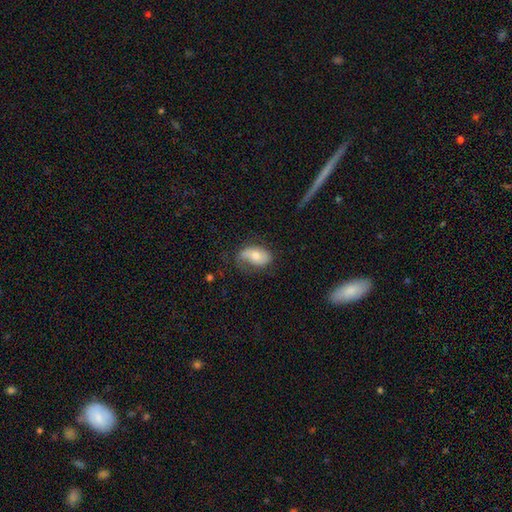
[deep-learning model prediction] Smooth or featured?
  - smooth: 50% *
  - featured or disk: 43%
  - star or artifact: 7%
Merging?
  - none: 50% *
  - minor disturbance: 29%
  - major disturbance: 18%
  - merger: 2%